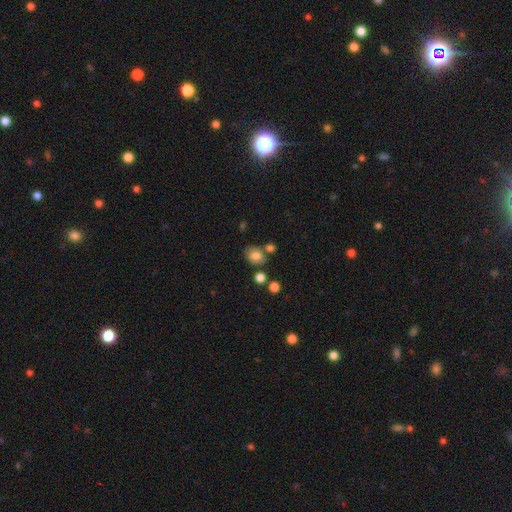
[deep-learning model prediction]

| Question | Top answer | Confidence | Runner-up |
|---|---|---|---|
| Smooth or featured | smooth | 76% | featured or disk (13%) |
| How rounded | in between | 54% | round (45%) |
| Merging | none | 59% | minor disturbance (19%) |